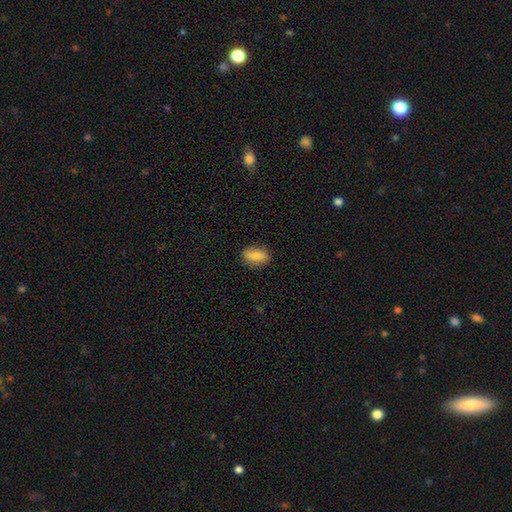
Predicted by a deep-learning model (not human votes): A smooth galaxy with no disk features (83%) that is in between round and cigar-shaped (82%). Merging: none (85%).